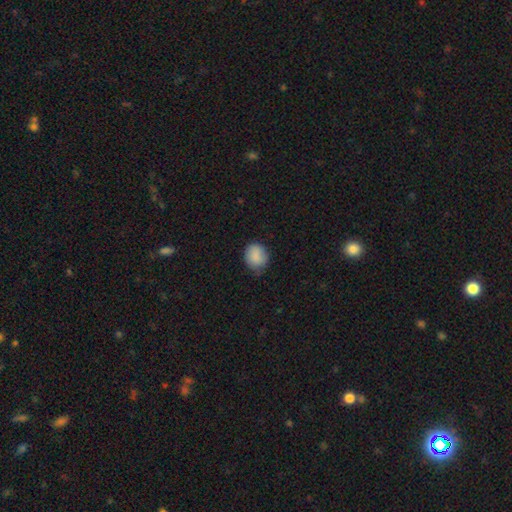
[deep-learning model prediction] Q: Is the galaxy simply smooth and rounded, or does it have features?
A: smooth — 87%.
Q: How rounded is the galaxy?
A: round — 66%.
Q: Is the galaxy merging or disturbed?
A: none — 68%.